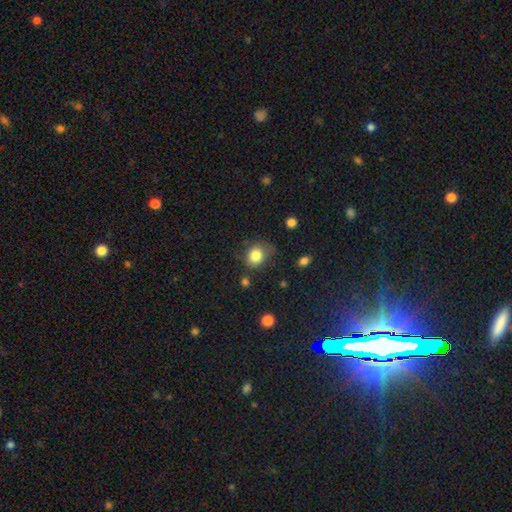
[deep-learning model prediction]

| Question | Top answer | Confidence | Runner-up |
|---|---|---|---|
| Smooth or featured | smooth | 82% | star or artifact (11%) |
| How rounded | round | 63% | in between (36%) |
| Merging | none | 65% | minor disturbance (24%) |